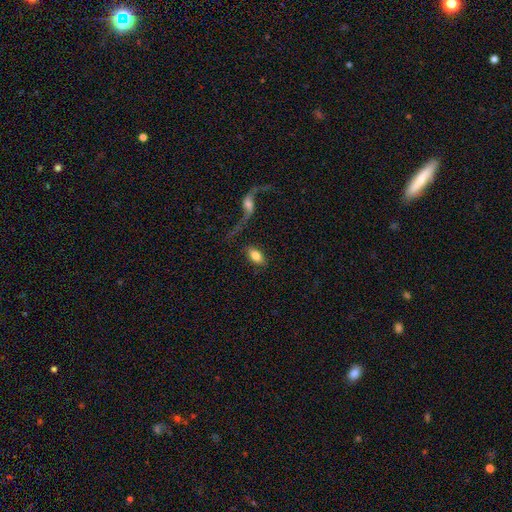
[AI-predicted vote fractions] A smooth galaxy with no disk features (78%) that is in between round and cigar-shaped (93%).

Vote fractions:
- Smooth or featured? smooth: 78% / featured or disk: 16% / star or artifact: 6%
- How rounded? in between: 93% / round: 5% / cigar-shaped: 3%
- Merging? none: 74% / minor disturbance: 11% / merger: 9% / major disturbance: 7%